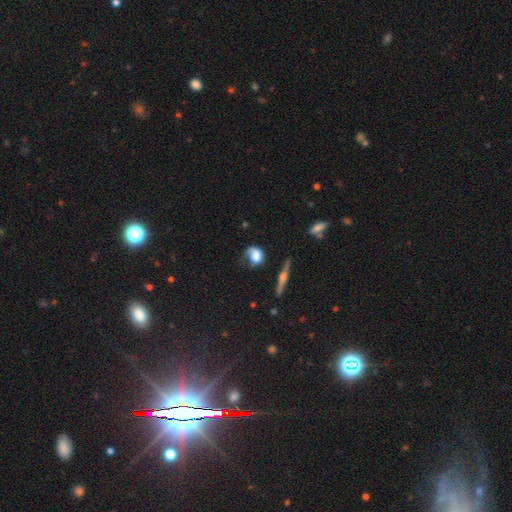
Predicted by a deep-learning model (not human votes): A smooth galaxy with no disk features (60%) that is round (50%).

Vote fractions:
- Smooth or featured? smooth: 60% / featured or disk: 31% / star or artifact: 9%
- How rounded? round: 50% / in between: 47% / cigar-shaped: 3%
- Merging? none: 36% / minor disturbance: 32% / major disturbance: 28% / merger: 5%